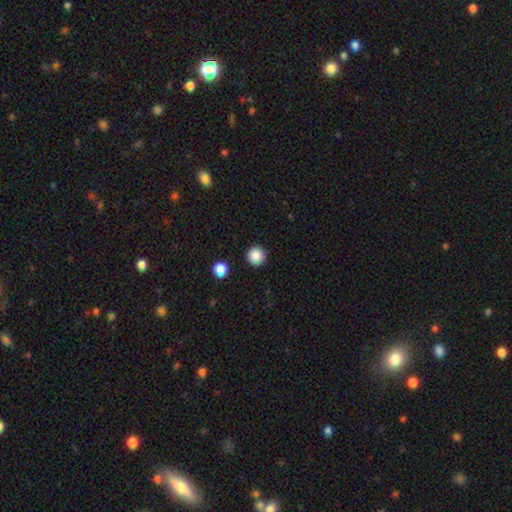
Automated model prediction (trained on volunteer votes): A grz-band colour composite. It shows a smooth galaxy with no disk features (88%) that is round (96%). Merging: none (92%).